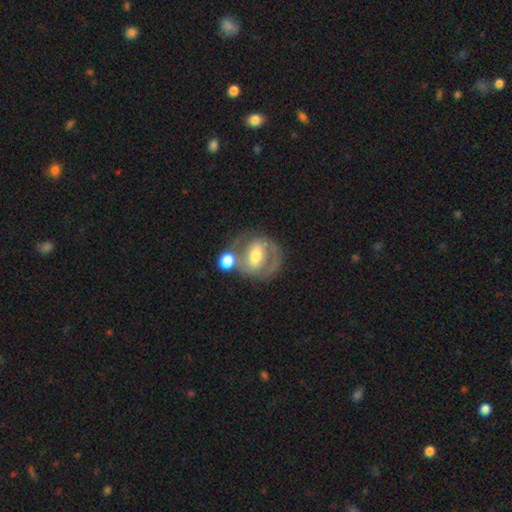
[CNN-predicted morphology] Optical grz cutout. It shows a featured or disk galaxy (67%) with a strong bar (40%), spiral arms (68%) and a moderate central bulge (65%). Merging: none (48%).